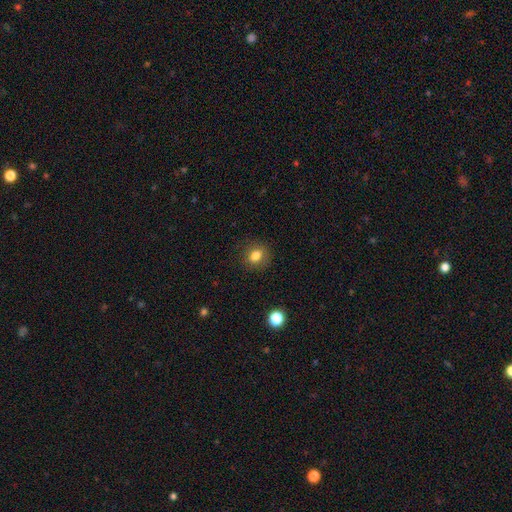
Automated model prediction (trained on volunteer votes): This is clearly a smooth galaxy (80%). How rounded: likely round (62%). Merging: clearly none (86%).